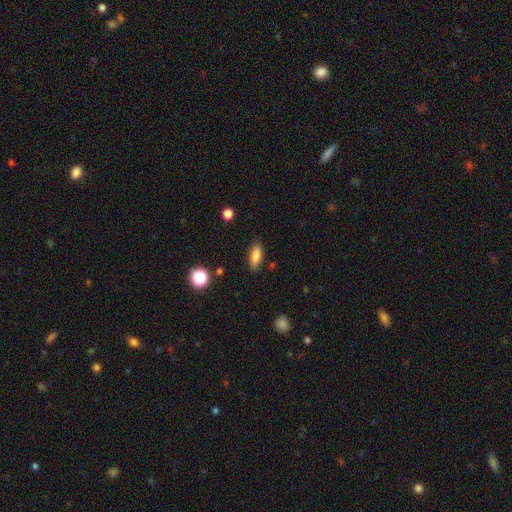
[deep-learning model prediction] Smooth or featured? smooth (83%)
How rounded? in between (71%)
Merging? none (86%)